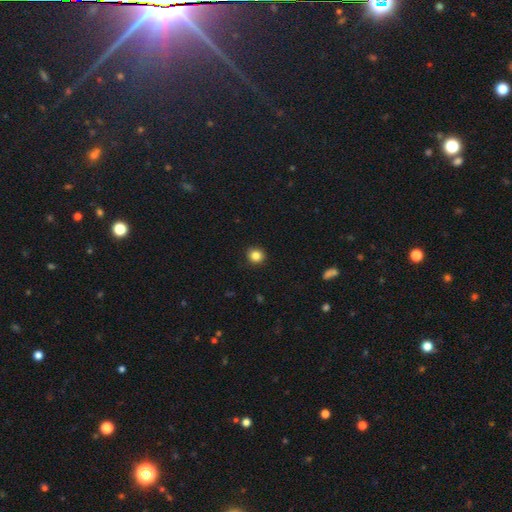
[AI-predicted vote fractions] smooth 84%, star or artifact 11%, featured or disk 5%. Down the decision tree: how rounded — round (88%); merging — none (91%).